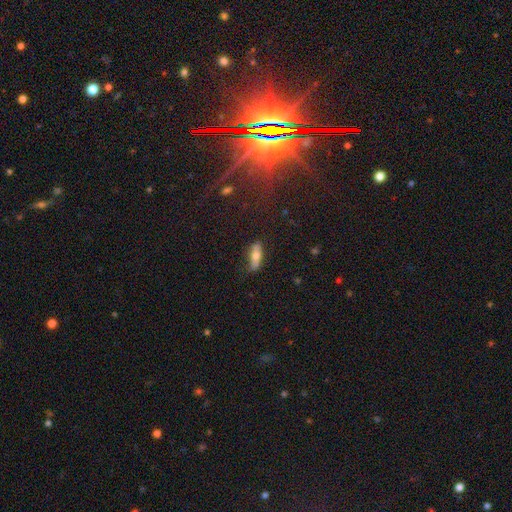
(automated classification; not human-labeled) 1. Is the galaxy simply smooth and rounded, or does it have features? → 61% smooth, 31% featured or disk, 8% star or artifact.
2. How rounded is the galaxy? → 60% in between, 37% cigar-shaped, 3% round.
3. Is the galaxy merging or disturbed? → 72% none, 20% minor disturbance, 5% major disturbance, 2% merger.